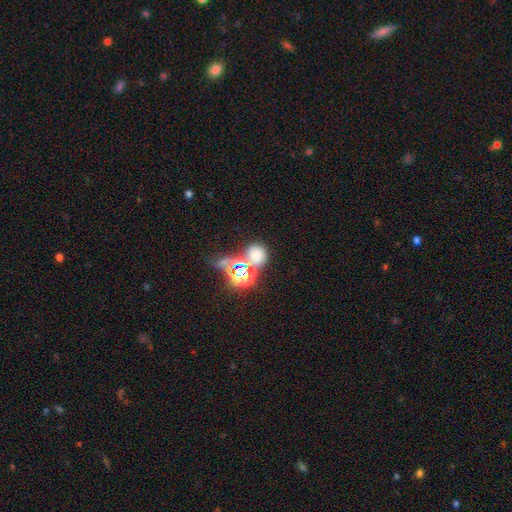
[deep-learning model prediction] smooth_or_featured: smooth (p=0.61) [alt: star or artifact p=0.30]
how_rounded: round (p=0.79) [alt: in between p=0.20]
merging: none (p=0.54) [alt: merger p=0.29]